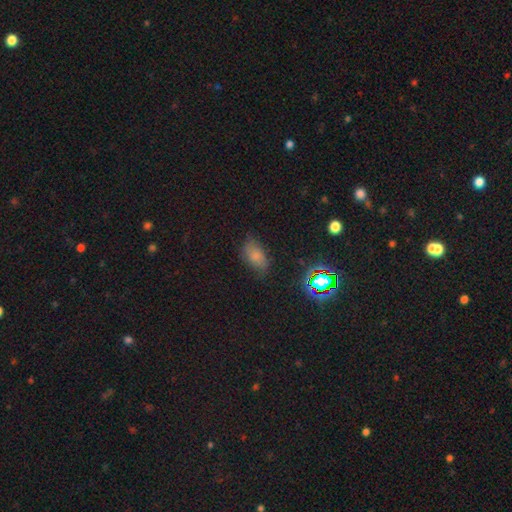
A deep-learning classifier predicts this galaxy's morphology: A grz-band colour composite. It shows a smooth galaxy with no disk features (70%) that is in between round and cigar-shaped (90%). Merging: none (68%).